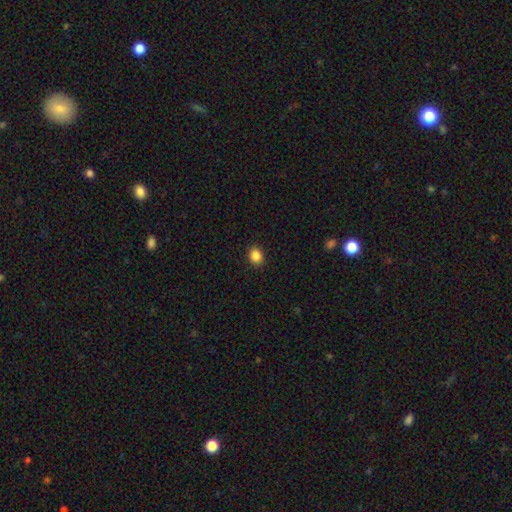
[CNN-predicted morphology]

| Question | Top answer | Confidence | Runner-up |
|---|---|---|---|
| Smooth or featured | smooth | 87% | star or artifact (10%) |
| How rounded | round | 60% | in between (39%) |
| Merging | none | 91% | minor disturbance (6%) |